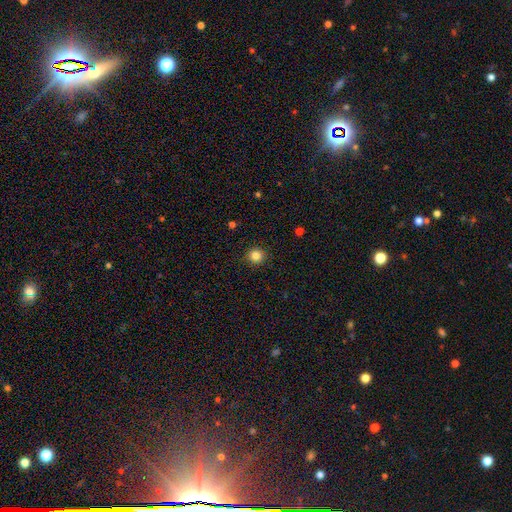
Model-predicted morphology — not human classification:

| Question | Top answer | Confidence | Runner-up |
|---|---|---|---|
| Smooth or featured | smooth | 84% | star or artifact (11%) |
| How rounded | round | 93% | in between (6%) |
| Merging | none | 92% | minor disturbance (5%) |